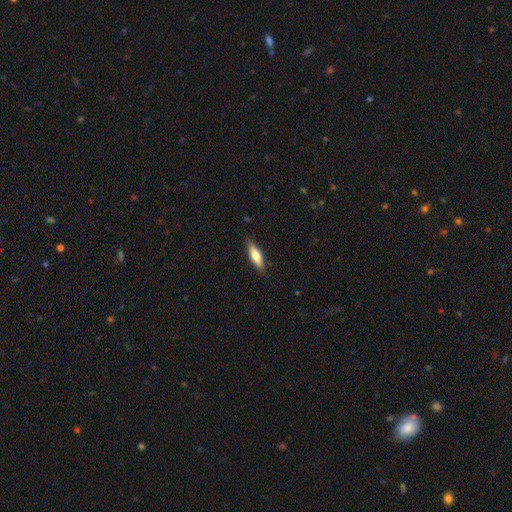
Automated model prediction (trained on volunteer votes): smooth_or_featured: smooth (p=0.70) [alt: featured or disk p=0.24]
how_rounded: cigar-shaped (p=0.56) [alt: in between p=0.42]
merging: none (p=0.87) [alt: minor disturbance p=0.10]